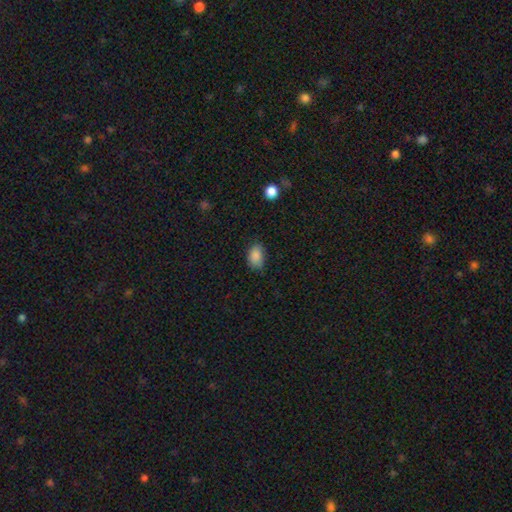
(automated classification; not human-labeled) Smooth or featured? Predicted: smooth (p=0.87). How rounded? Predicted: in between (p=0.85). Merging? Predicted: none (p=0.73).